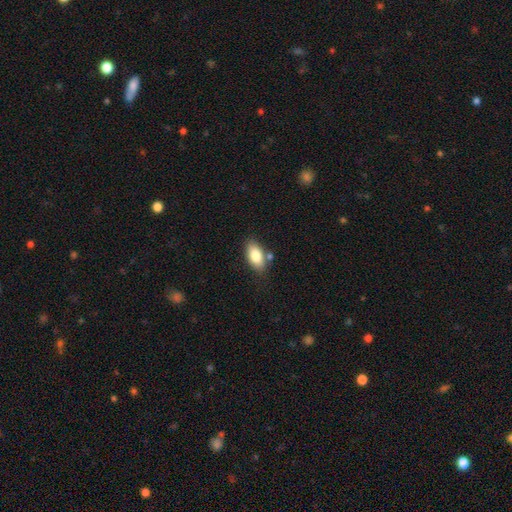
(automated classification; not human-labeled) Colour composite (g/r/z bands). It shows a smooth galaxy with no disk features (82%) that is in between round and cigar-shaped (91%). Merging: none (74%).